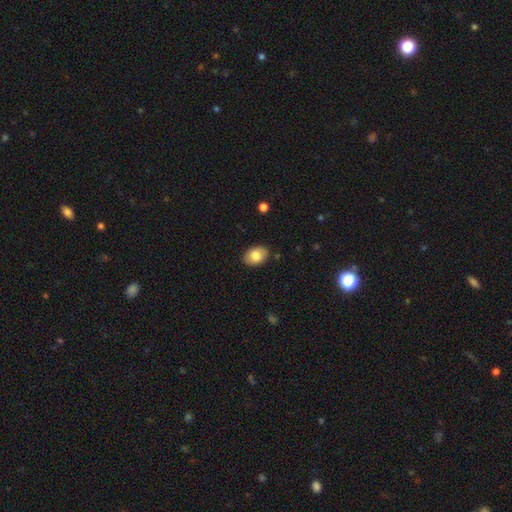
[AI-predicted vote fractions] Morphology: type=smooth (81%); roundness=in between (78%); merging=none (88%).